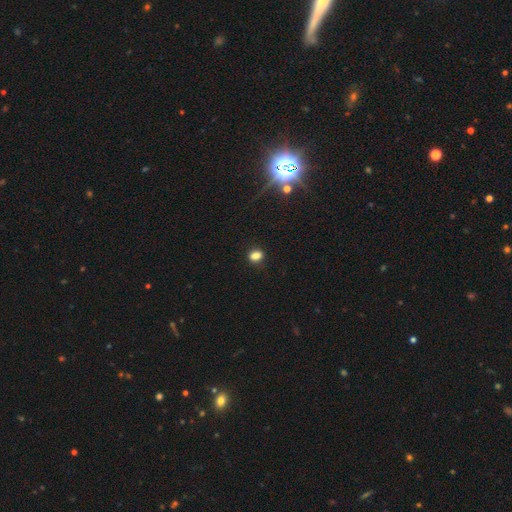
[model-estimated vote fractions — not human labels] smooth 83%, star or artifact 12%, featured or disk 5%. Down the decision tree: how rounded — in between (60%); merging — none (83%).